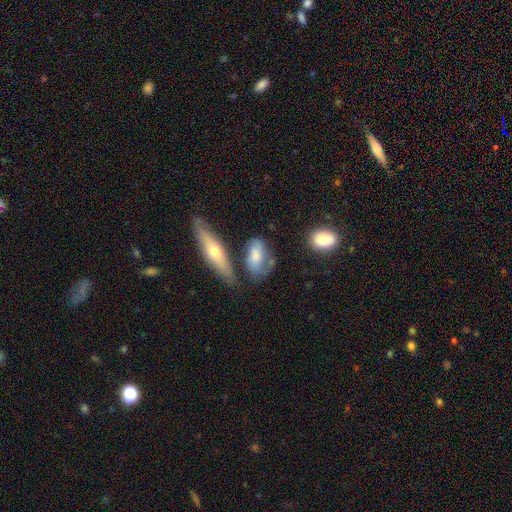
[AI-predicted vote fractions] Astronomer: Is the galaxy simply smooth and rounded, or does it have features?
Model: smooth — 64%.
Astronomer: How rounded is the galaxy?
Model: in between — 83%.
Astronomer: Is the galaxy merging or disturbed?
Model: none — 50%.